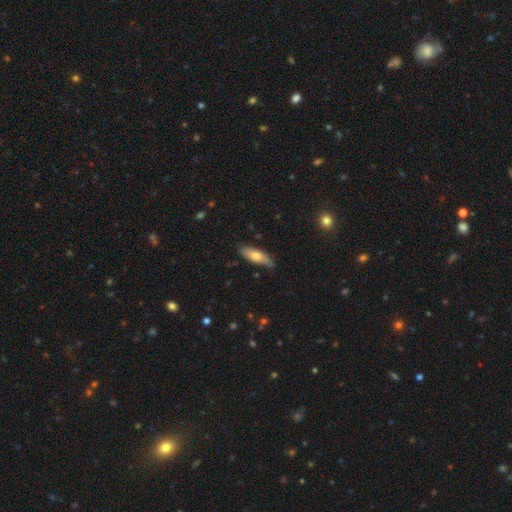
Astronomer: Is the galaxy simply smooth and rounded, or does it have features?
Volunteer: smooth — 59%.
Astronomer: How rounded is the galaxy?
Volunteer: in between — 70%.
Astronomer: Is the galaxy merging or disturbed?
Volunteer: none — 56% (runner-up: minor disturbance, 42%).